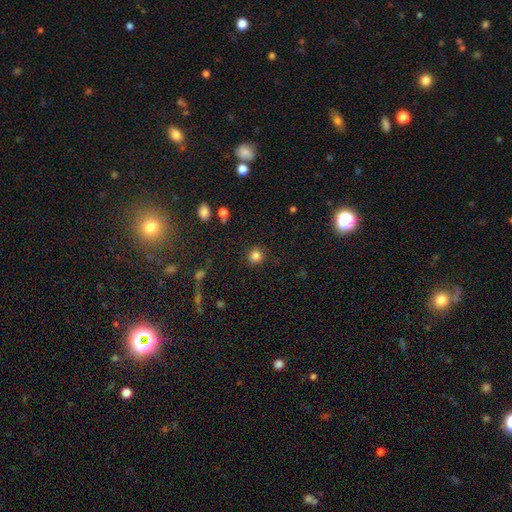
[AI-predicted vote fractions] smooth-or-featured: smooth: 83% | star or artifact: 12% | featured or disk: 5%
  how-rounded: round: 90% | in between: 9% | cigar-shaped: 1%
  merging: none: 89% | minor disturbance: 7% | major disturbance: 3% | merger: 2%